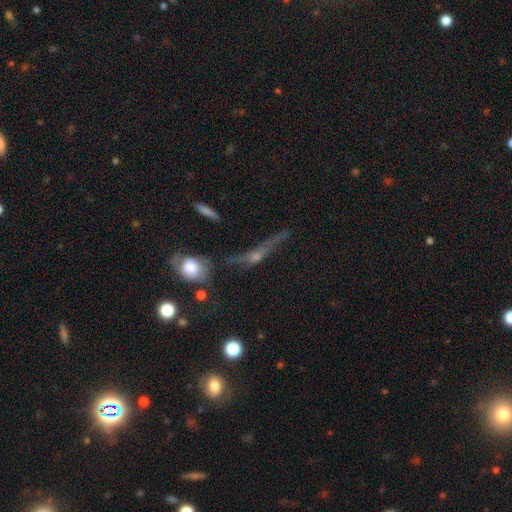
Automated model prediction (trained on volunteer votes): smooth_or_featured: featured or disk (p=0.48) [alt: smooth p=0.30]
merging: none (p=0.41) [alt: major disturbance p=0.28]